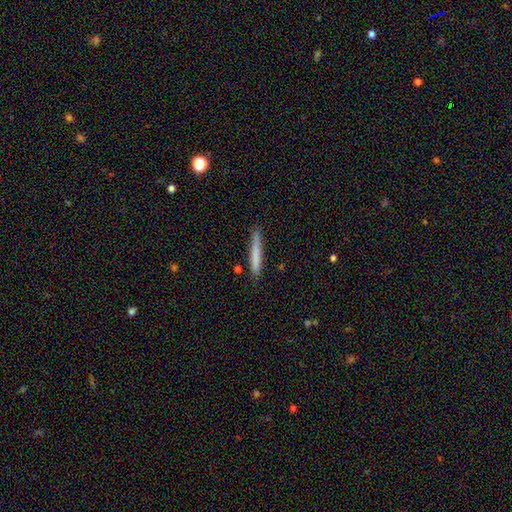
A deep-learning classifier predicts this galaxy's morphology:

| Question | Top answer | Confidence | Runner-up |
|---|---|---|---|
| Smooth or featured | smooth | 74% | featured or disk (20%) |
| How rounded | cigar-shaped | 96% | in between (3%) |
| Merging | none | 85% | minor disturbance (11%) |